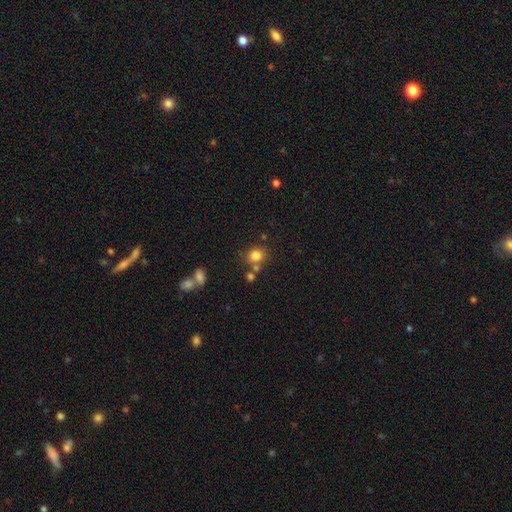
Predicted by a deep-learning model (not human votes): A smooth galaxy with no disk features (81%) that is round (78%). Merging: none (66%).